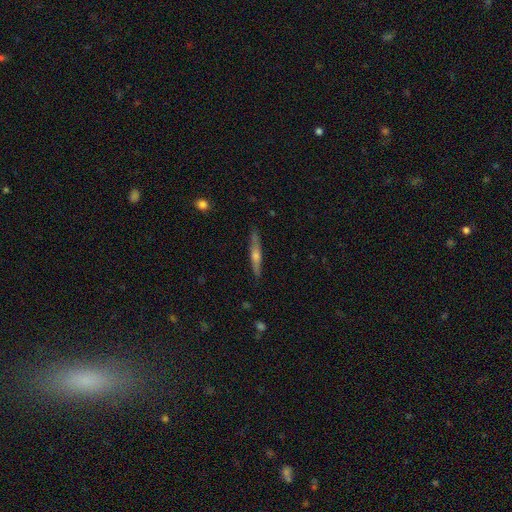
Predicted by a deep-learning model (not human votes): smooth_or_featured: featured or disk (p=0.64) [alt: smooth p=0.30]
disk_edge_on: yes (p=0.96) [alt: no p=0.04]
edge_on_bulge: rounded (p=0.83) [alt: none p=0.10]
merging: none (p=0.88) [alt: minor disturbance p=0.09]